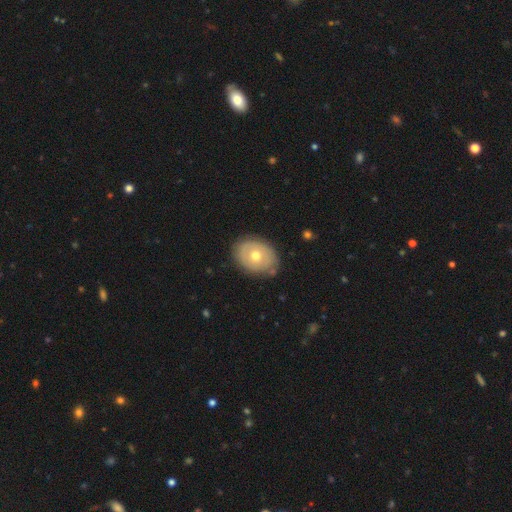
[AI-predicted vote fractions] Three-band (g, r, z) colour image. It shows a smooth galaxy with no disk features (49%). Merging: none (78%).